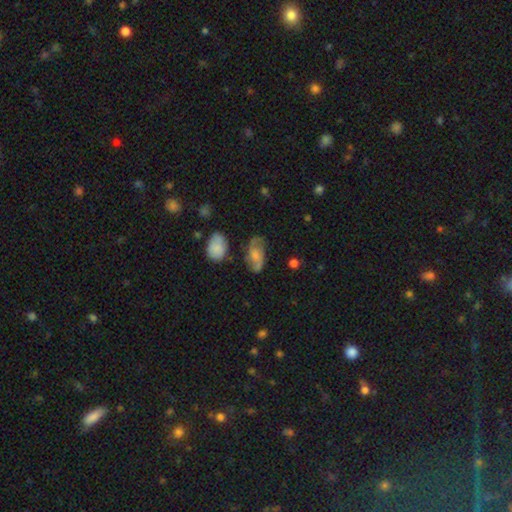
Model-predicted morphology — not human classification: type=featured or disk (47%); merging=none (59%).